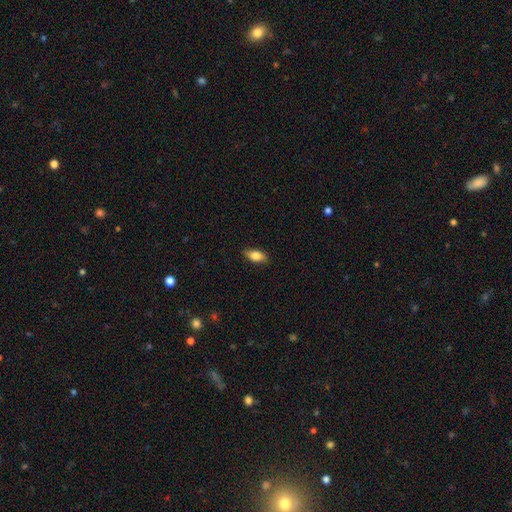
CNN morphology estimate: A smooth galaxy with no disk features (81%) that is in between round and cigar-shaped (86%).

Vote fractions:
- Smooth or featured? smooth: 81% / featured or disk: 13% / star or artifact: 7%
- How rounded? in between: 86% / cigar-shaped: 10% / round: 4%
- Merging? none: 85% / minor disturbance: 12% / major disturbance: 2% / merger: 1%